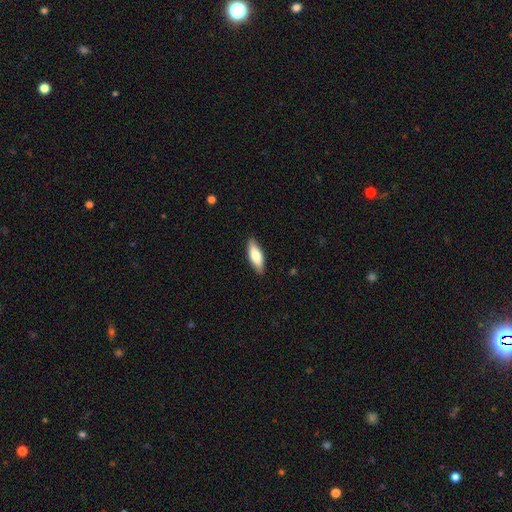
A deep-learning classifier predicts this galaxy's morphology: type=smooth (75%); roundness=in between (64%); merging=none (87%).